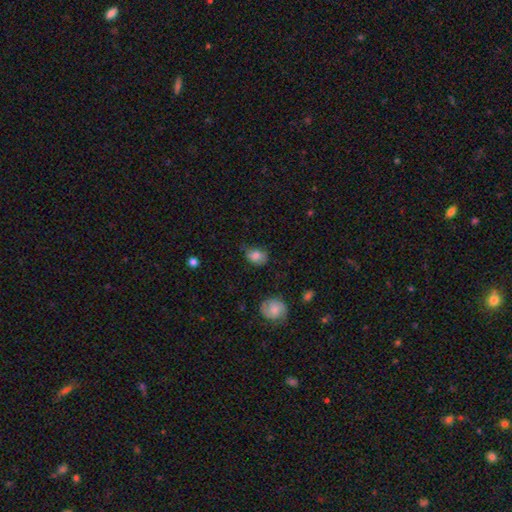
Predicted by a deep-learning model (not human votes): A smooth galaxy with no disk features (78%) that is in between round and cigar-shaped (62%). Merging: none (49%).